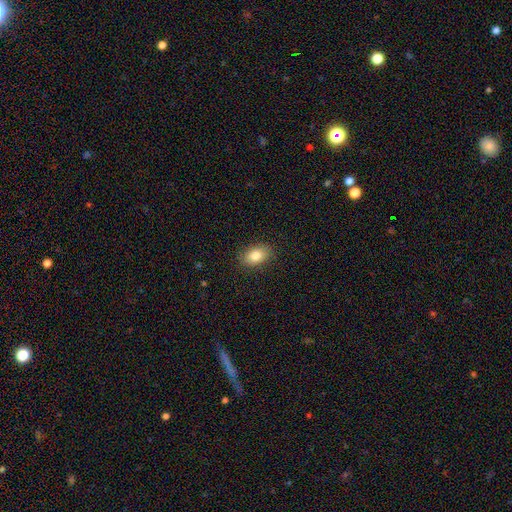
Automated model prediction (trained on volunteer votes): This is clearly a smooth galaxy (83%). How rounded: clearly in between (85%). Merging: clearly none (88%).